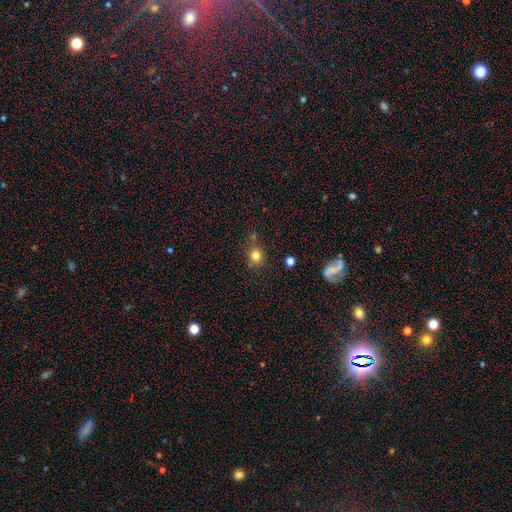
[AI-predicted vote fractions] Q: Smooth or featured?
A: smooth (80%); runner-up: star or artifact (13%)
Q: How rounded?
A: round (80%); runner-up: in between (19%)
Q: Merging?
A: none (74%); runner-up: minor disturbance (15%)